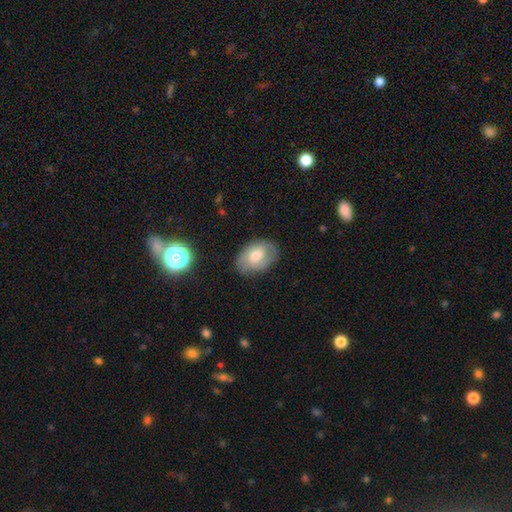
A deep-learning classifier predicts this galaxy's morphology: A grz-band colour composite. It shows a smooth galaxy with no disk features (47%). Merging: none (72%).